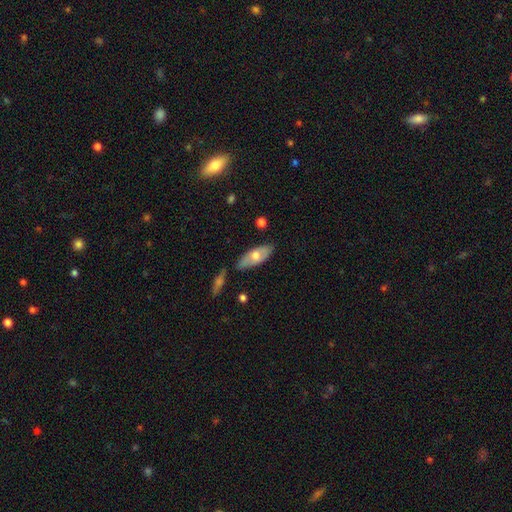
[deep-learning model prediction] Morphology: type=smooth (59%); roundness=in between (77%); merging=none (74%).